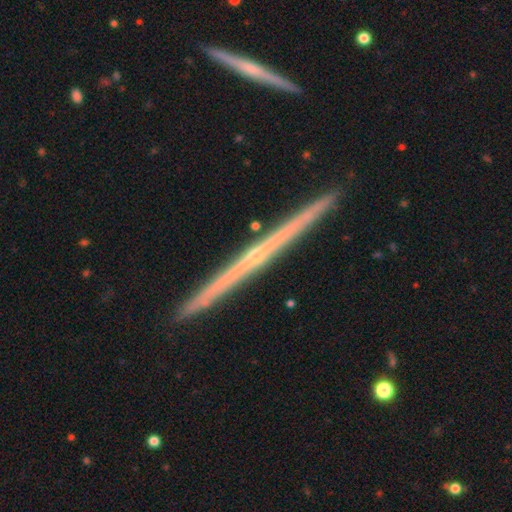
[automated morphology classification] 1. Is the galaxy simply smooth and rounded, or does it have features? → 82% featured or disk, 13% smooth, 6% star or artifact.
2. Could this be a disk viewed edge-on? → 99% yes, 1% no.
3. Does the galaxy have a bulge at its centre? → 52% none, 45% rounded, 4% boxy.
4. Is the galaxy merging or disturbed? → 92% none, 5% minor disturbance, 2% merger, 1% major disturbance.